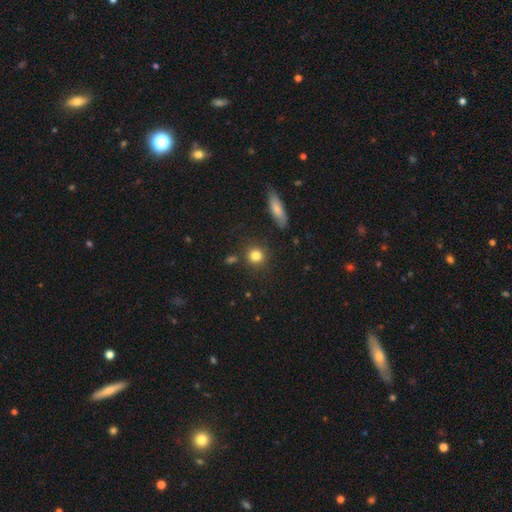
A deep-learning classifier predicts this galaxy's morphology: Q: Smooth or featured?
A: smooth (83%); runner-up: star or artifact (10%)
Q: How rounded?
A: round (85%); runner-up: in between (13%)
Q: Merging?
A: none (82%); runner-up: minor disturbance (10%)